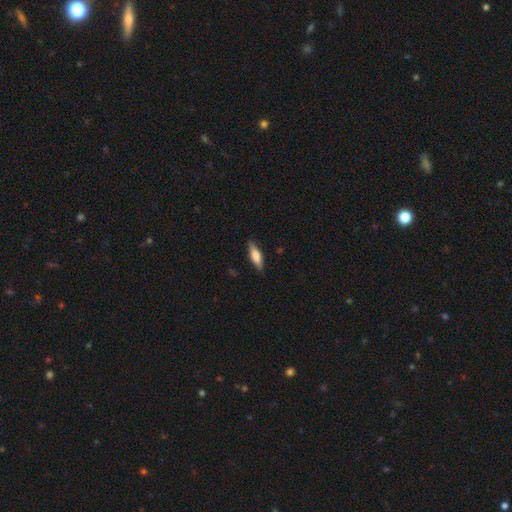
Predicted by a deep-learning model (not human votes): Q: Smooth or featured?
A: smooth (62%); runner-up: featured or disk (32%)
Q: How rounded?
A: cigar-shaped (53%); runner-up: in between (45%)
Q: Merging?
A: none (85%); runner-up: minor disturbance (12%)